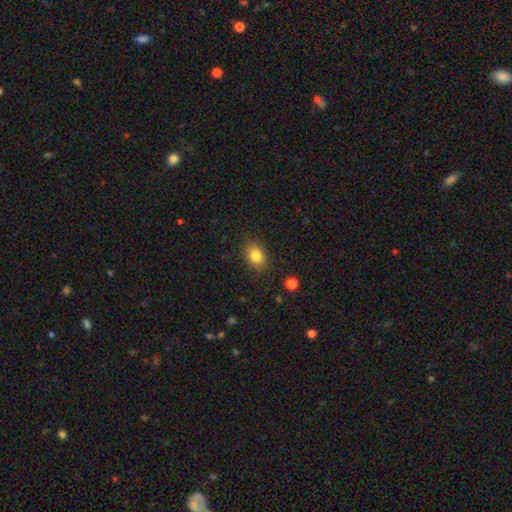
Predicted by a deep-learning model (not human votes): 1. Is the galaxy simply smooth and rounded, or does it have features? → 83% smooth, 10% star or artifact, 7% featured or disk.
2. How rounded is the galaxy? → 66% in between, 33% round, 1% cigar-shaped.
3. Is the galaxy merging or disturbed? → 85% none, 11% minor disturbance, 3% major disturbance, 1% merger.